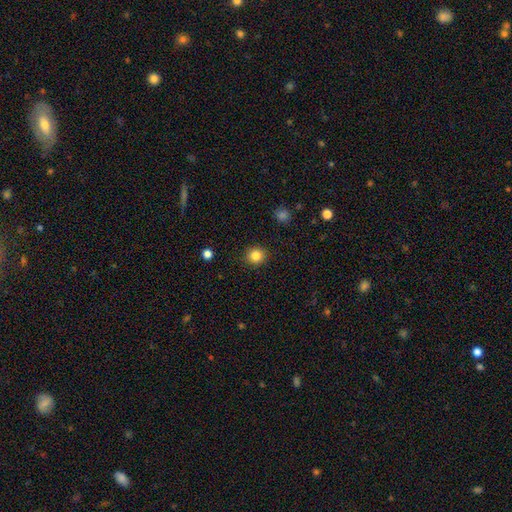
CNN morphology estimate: This appears to be a smooth galaxy with no disk features (84%) that is round (90%). Merging: none (91%).